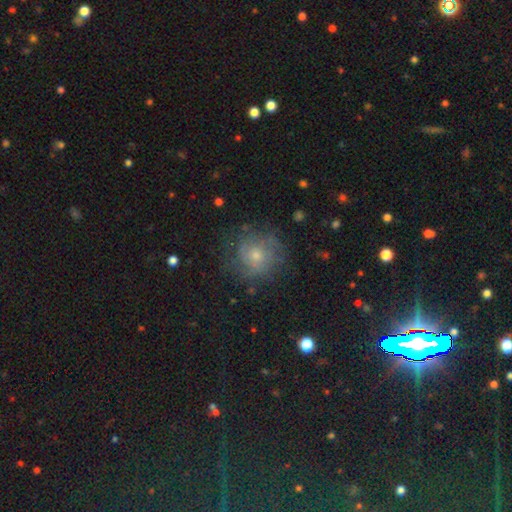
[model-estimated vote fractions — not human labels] The model was most divided on "smooth or featured": featured or disk: 46%, smooth: 43%, star or artifact: 11%. More confident: merging — none (66%).